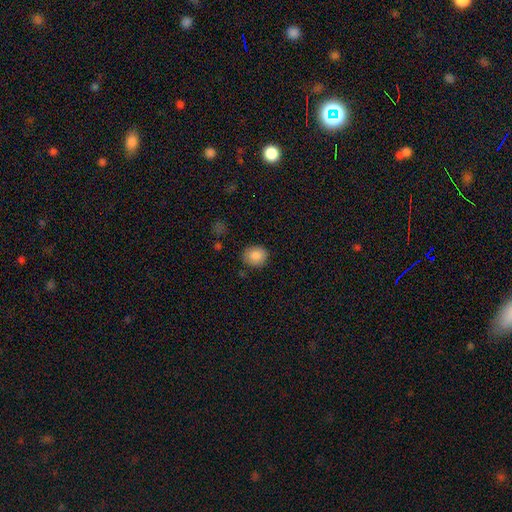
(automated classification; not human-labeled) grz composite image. It shows a smooth galaxy with no disk features (87%) that is round (74%). Merging: none (85%).